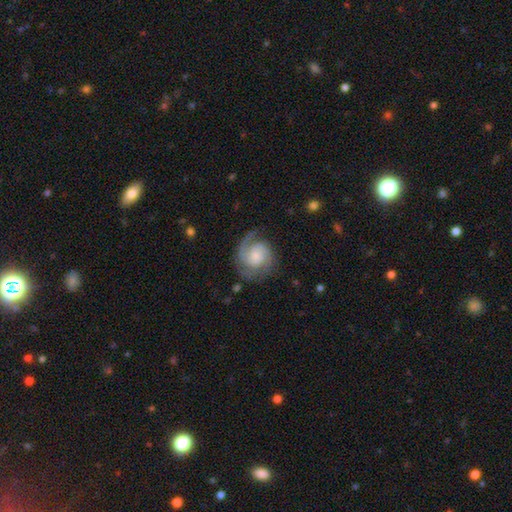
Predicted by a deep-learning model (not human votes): Smooth or featured? Predicted: featured or disk (p=0.81). Edge-on disk? Predicted: no (p=0.98). Bar? Predicted: no (p=0.69). Spiral arms? Predicted: yes (p=0.97). Spiral winding? Predicted: tight (p=0.44). Spiral arm count? Predicted: 2 (p=0.61). Bulge size? Predicted: small (p=0.52). Merging? Predicted: none (p=0.73).